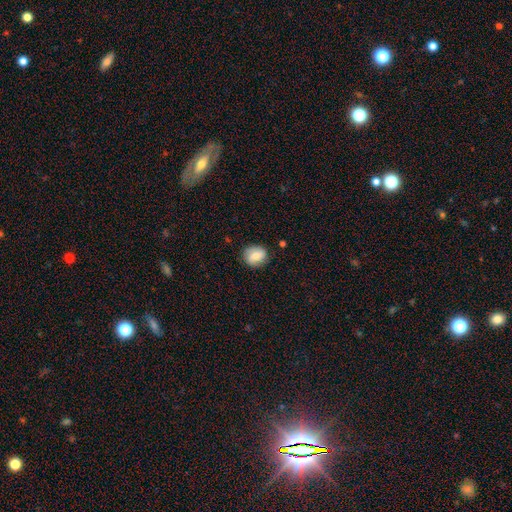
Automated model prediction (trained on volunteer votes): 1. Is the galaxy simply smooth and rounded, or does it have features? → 70% smooth, 22% featured or disk, 8% star or artifact.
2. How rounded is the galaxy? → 69% round, 30% in between, 1% cigar-shaped.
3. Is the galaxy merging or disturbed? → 82% none, 14% minor disturbance, 3% major disturbance, 1% merger.